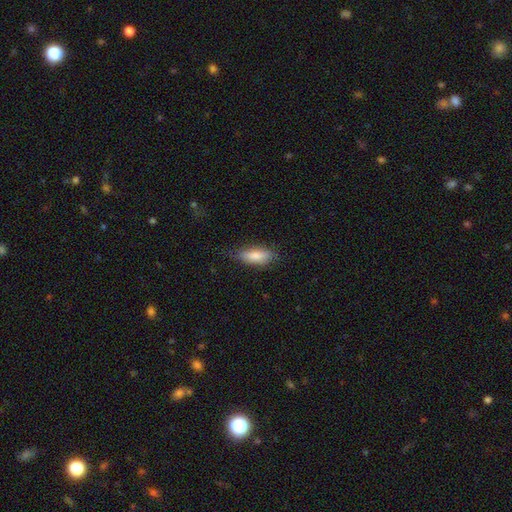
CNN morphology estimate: smooth-or-featured: smooth: 79% | featured or disk: 14% | star or artifact: 6%
  how-rounded: in between: 70% | cigar-shaped: 28% | round: 2%
  merging: none: 71% | minor disturbance: 22% | major disturbance: 5% | merger: 1%